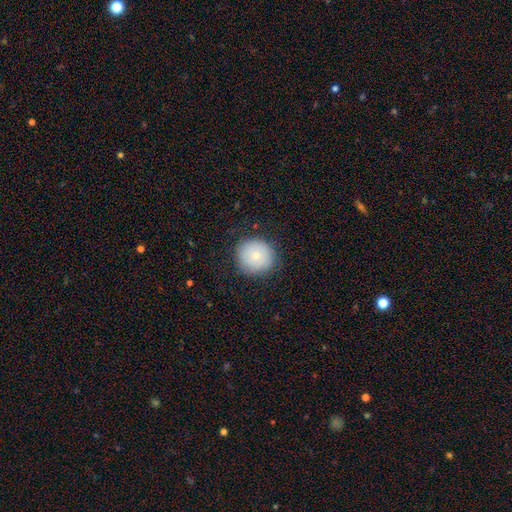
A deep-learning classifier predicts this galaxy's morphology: Smooth or featured: smooth — 76% (featured or disk — 17%)
How rounded: round — 91% (in between — 8%)
Merging: none — 82% (minor disturbance — 14%)